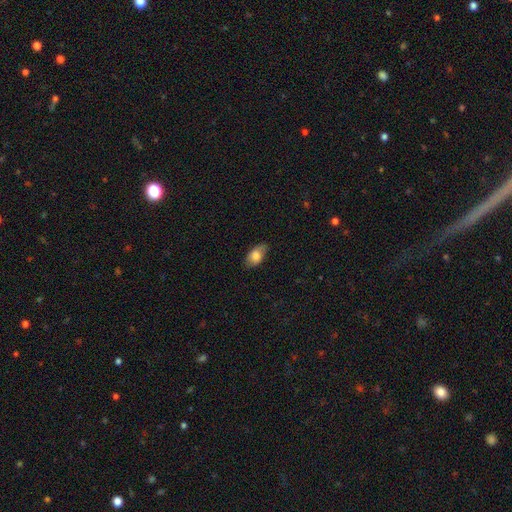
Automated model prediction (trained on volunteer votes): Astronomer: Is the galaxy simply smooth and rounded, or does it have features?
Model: smooth — 77%.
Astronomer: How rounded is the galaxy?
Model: in between — 90%.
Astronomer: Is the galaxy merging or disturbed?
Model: none — 77%.